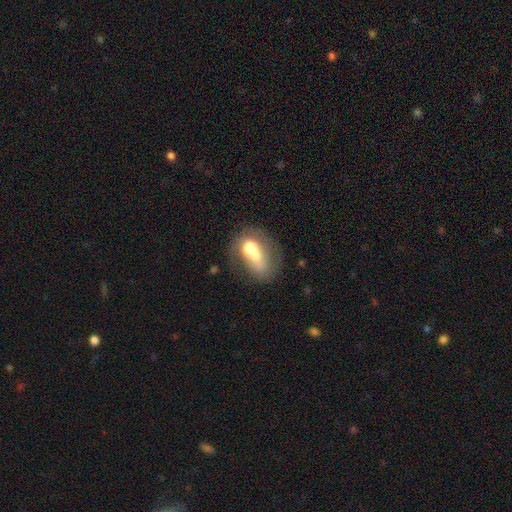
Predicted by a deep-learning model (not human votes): Overall: smooth (57%; featured or disk 33%). How rounded: in between (67%; round 30%). Merging: merger (43%; none 22%).